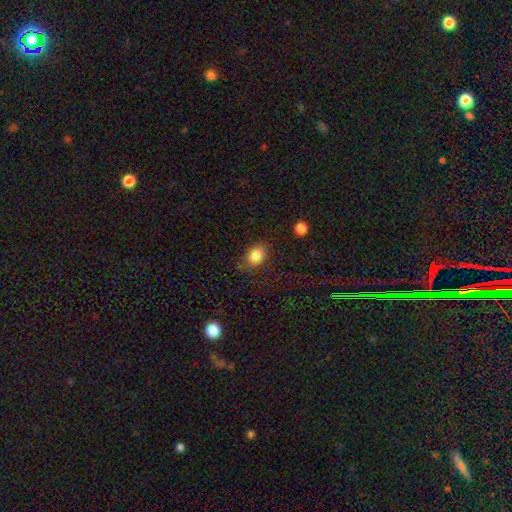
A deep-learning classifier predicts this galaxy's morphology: Smooth or featured? smooth (84%)
How rounded? in between (59%)
Merging? none (78%)